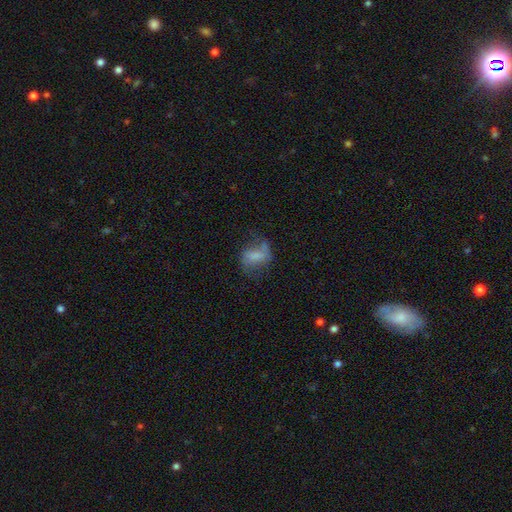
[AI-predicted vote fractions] A featured or disk galaxy (46%).

Vote fractions:
- Smooth or featured? featured or disk: 46% / smooth: 43% / star or artifact: 11%
- Merging? none: 47% / major disturbance: 26% / minor disturbance: 23% / merger: 4%